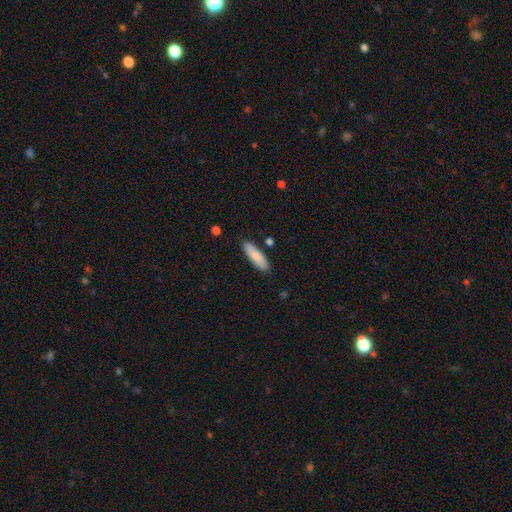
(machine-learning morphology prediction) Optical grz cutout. It shows a smooth galaxy with no disk features (85%) that is cigar-shaped (59%). Merging: none (86%).